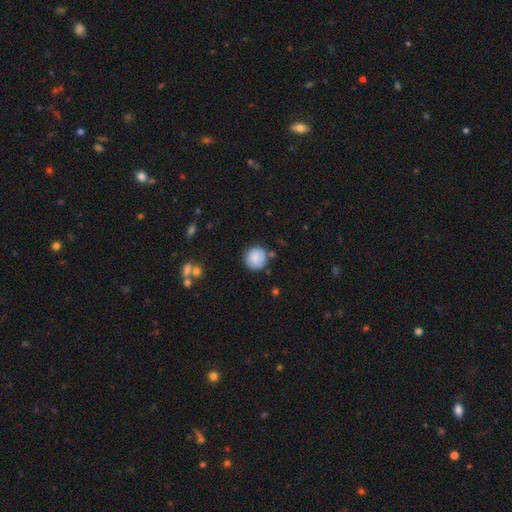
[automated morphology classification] This is likely a smooth galaxy (77%). How rounded: clearly round (91%). Merging: likely none (73%).